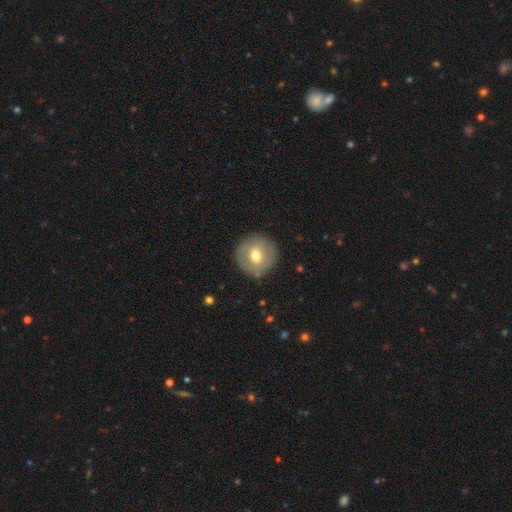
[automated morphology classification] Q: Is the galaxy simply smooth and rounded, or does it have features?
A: smooth — 61%.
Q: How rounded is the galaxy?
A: round — 95%.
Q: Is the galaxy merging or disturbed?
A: none — 87%.